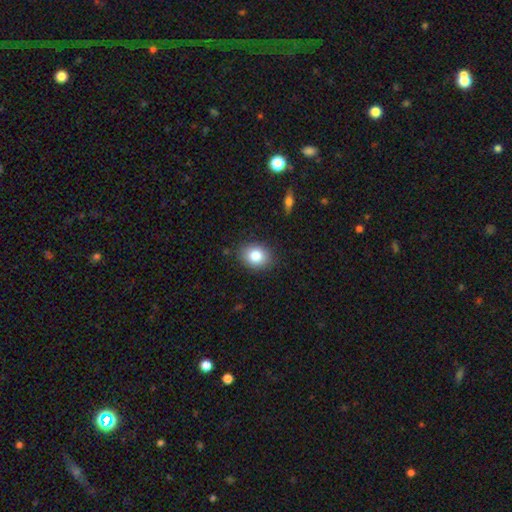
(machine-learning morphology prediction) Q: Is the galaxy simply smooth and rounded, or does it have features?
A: smooth — 83%.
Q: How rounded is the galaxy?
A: round — 51%.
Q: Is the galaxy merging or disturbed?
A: none — 86%.